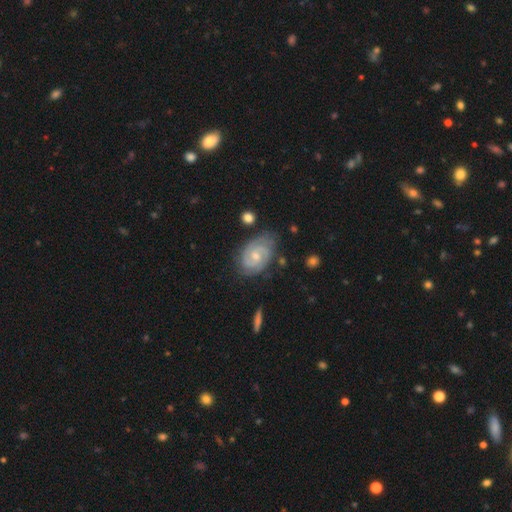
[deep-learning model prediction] smooth-or-featured: featured or disk: 82% | smooth: 12% | star or artifact: 6%
  disk-edge-on: no: 97% | yes: 3%
    bar: no: 58% | weak: 37% | strong: 5%
    has-spiral-arms: yes: 97% | no: 3%
      spiral-winding: tight: 60% | medium: 33% | loose: 7%
      spiral-arm-count: 2: 69% | 3: 12% | can't tell: 12% | 4: 3% | 1: 2% | more than 4: 2%
    bulge-size: small: 53% | moderate: 43% | none: 2% | large: 1% | dominant: 1%
  merging: none: 76% | minor disturbance: 18% | major disturbance: 4% | merger: 2%